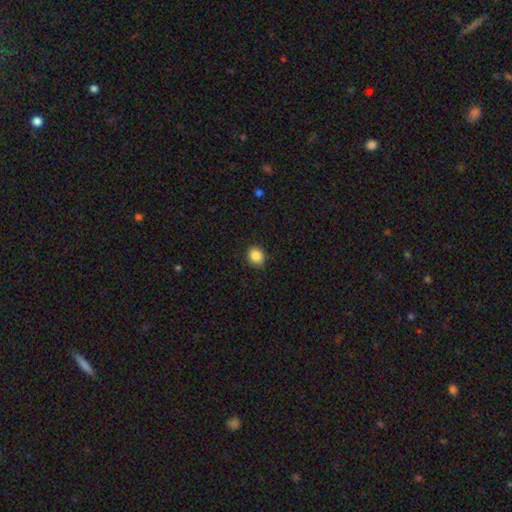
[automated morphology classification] smooth 88%, star or artifact 9%, featured or disk 3%. Down the decision tree: how rounded — round (74%); merging — none (90%).